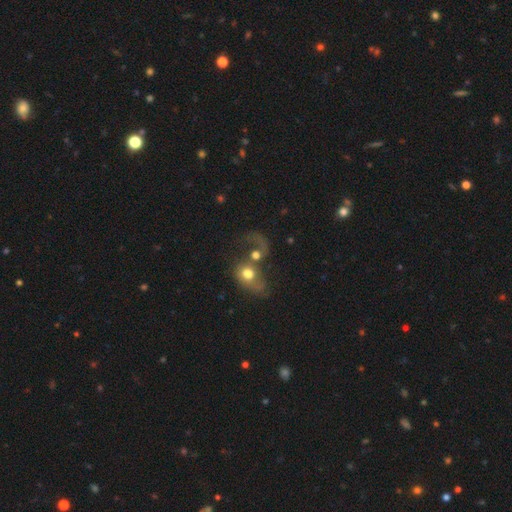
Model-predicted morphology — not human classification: The model was most divided on "smooth or featured": smooth: 48%, featured or disk: 39%, star or artifact: 13%. More confident: merging — merger (57%).